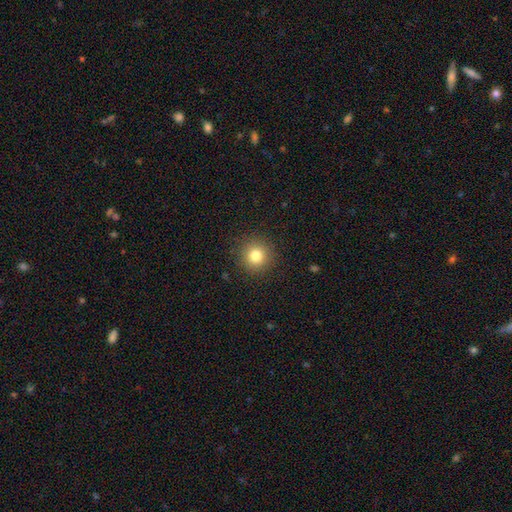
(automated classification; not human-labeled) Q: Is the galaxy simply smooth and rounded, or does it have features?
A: smooth — 81%.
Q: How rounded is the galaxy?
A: round — 94%.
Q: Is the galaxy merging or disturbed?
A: none — 91%.